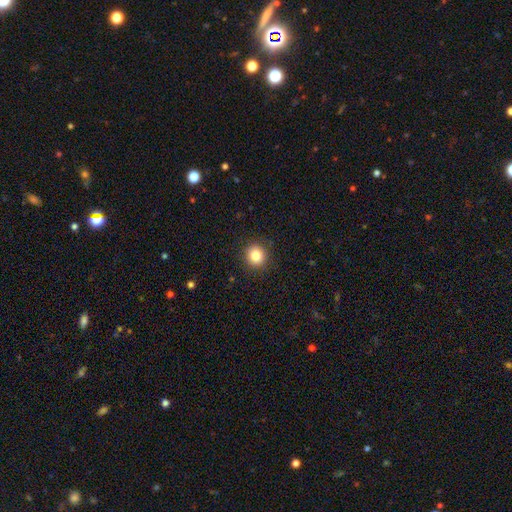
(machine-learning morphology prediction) smooth 83%, star or artifact 11%, featured or disk 6%. Down the decision tree: how rounded — round (92%); merging — none (91%).